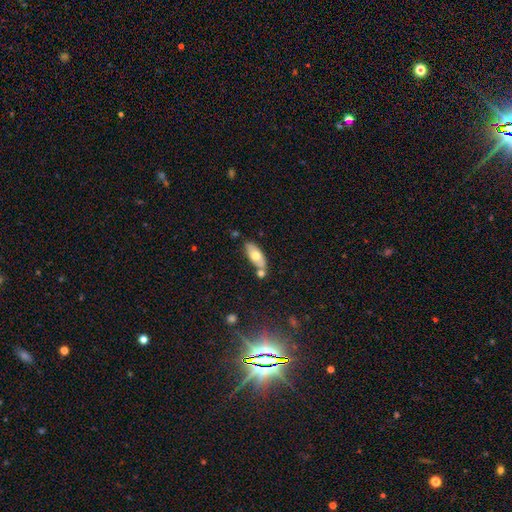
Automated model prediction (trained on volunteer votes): Overall: smooth (63%; featured or disk 30%). How rounded: in between (84%). Merging: none (62%).